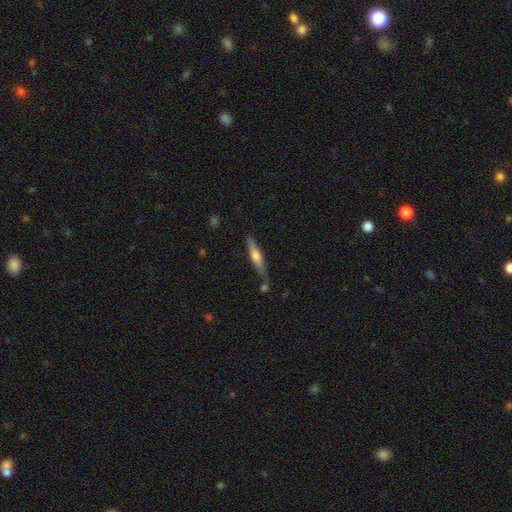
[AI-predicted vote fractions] Q: Smooth or featured?
A: smooth (54%); runner-up: featured or disk (40%)
Q: How rounded?
A: cigar-shaped (86%); runner-up: in between (13%)
Q: Merging?
A: none (68%); runner-up: minor disturbance (19%)